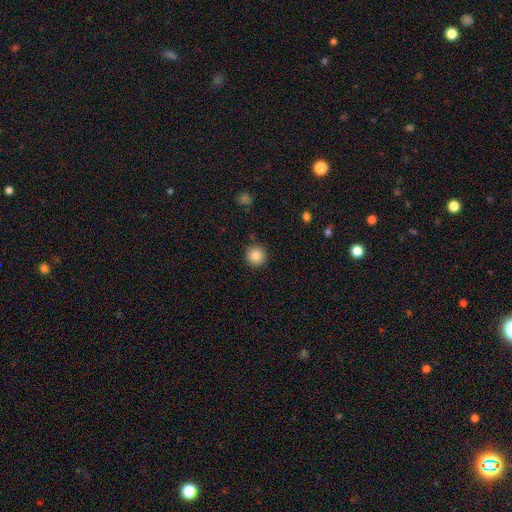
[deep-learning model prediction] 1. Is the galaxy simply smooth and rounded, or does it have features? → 84% smooth, 10% star or artifact, 6% featured or disk.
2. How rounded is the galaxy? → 95% round, 4% in between, 1% cigar-shaped.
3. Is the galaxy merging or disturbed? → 91% none, 6% minor disturbance, 2% major disturbance, 1% merger.